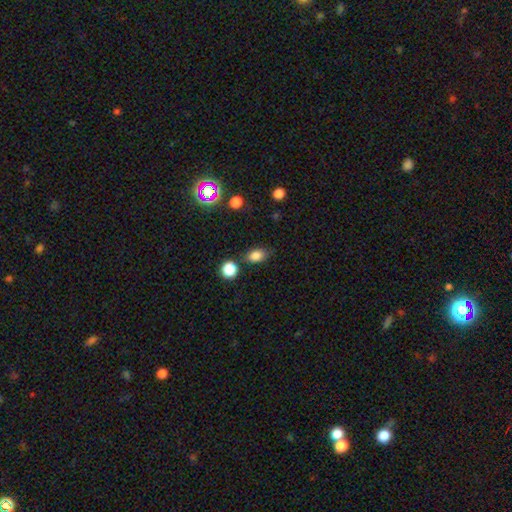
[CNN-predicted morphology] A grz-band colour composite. It shows a smooth galaxy with no disk features (82%) that is in between round and cigar-shaped (78%). Merging: none (75%).